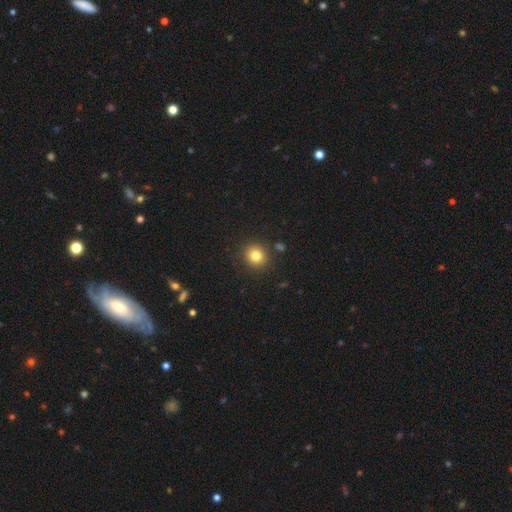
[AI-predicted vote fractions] Smooth or featured?
  - smooth: 81% *
  - star or artifact: 12%
  - featured or disk: 6%
How rounded?
  - round: 89% *
  - in between: 10%
  - cigar-shaped: 1%
Merging?
  - none: 88% *
  - minor disturbance: 7%
  - merger: 3%
  - major disturbance: 2%